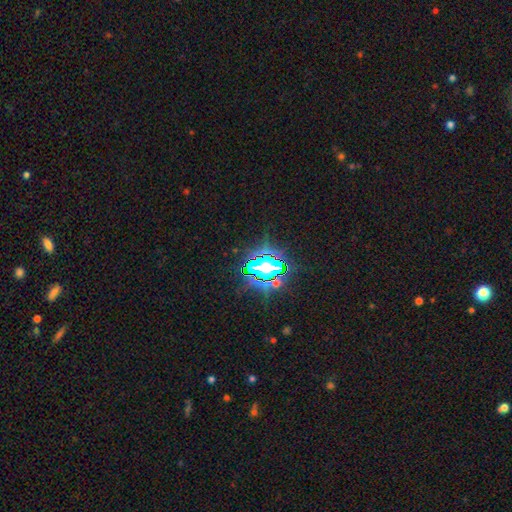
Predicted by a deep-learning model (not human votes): Overall: star or artifact (78%).